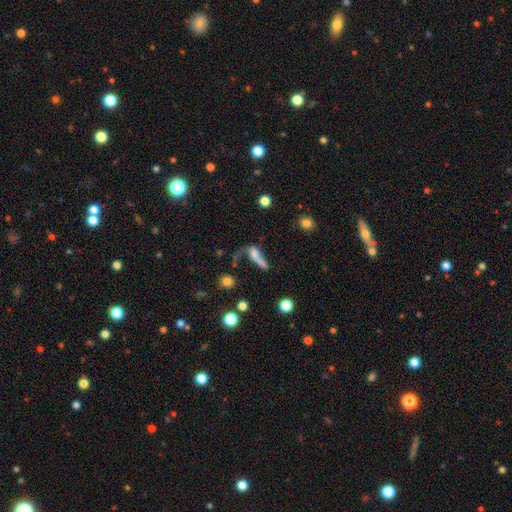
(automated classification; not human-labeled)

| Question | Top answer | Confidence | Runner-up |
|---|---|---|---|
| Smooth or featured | smooth | 45% | featured or disk (41%) |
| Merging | major disturbance | 35% | merger (31%) |